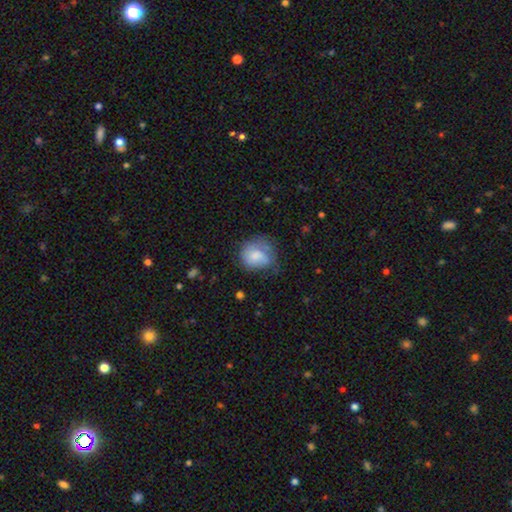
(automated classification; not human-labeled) Overall: smooth (71%). How rounded: round (68%; in between 31%). Merging: none (44%; minor disturbance 33%).